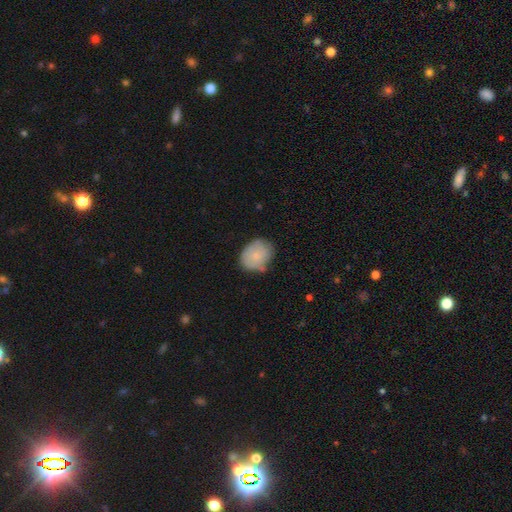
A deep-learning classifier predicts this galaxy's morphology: This appears to be a smooth galaxy with no disk features (72%) that is in between round and cigar-shaped (50%, tied with round). Merging: none (62%).